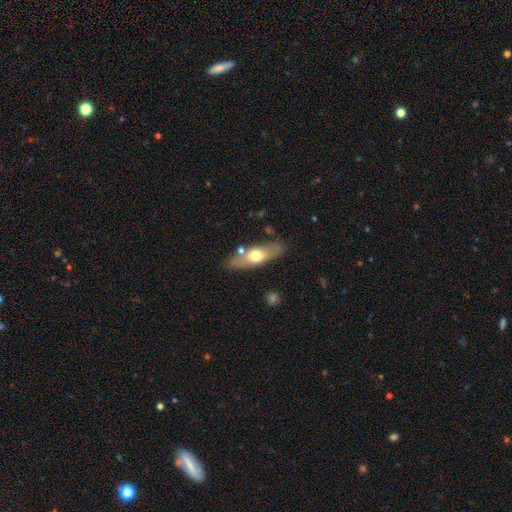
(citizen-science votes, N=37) Smooth or featured: smooth — 54% (featured or disk — 46%)
How rounded: in between — 70% (cigar-shaped — 25%)
Merging: none — 81% (minor disturbance — 11%)